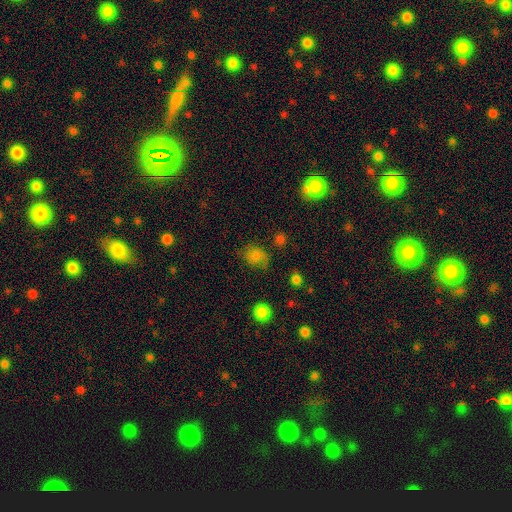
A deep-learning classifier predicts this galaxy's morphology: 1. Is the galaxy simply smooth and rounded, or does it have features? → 76% smooth, 14% star or artifact, 9% featured or disk.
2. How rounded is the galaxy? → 55% round, 44% in between, 1% cigar-shaped.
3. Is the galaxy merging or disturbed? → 59% none, 26% minor disturbance, 12% major disturbance, 3% merger.